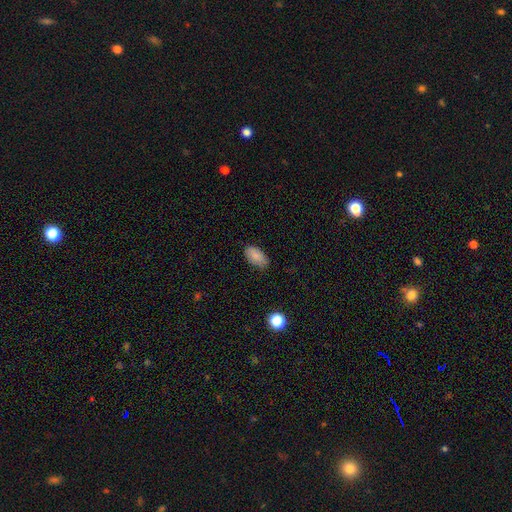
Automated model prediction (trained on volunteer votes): Morphology: type=smooth (84%); roundness=in between (94%); merging=none (80%).